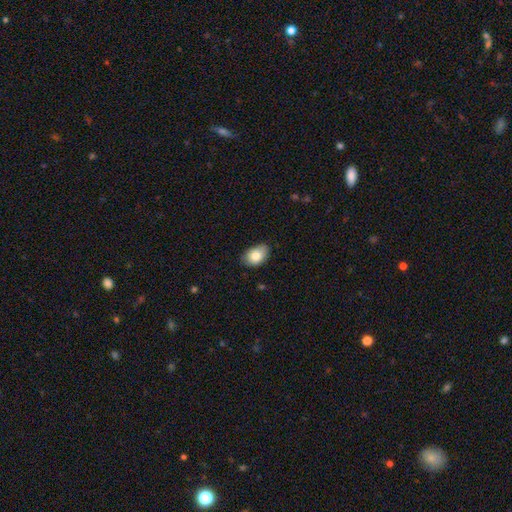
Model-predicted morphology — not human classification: smooth 84%, featured or disk 9%, star or artifact 7%. Down the decision tree: how rounded — in between (86%); merging — none (75%).